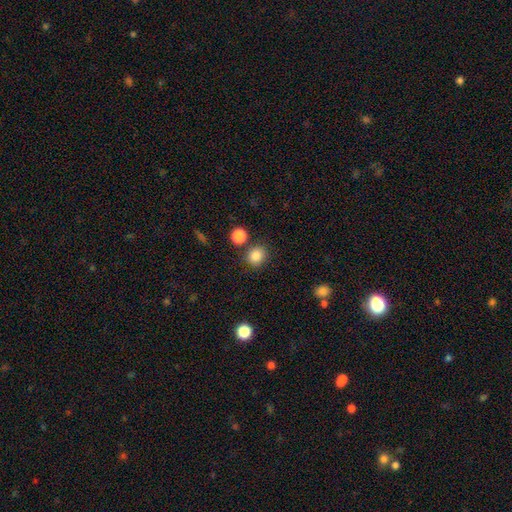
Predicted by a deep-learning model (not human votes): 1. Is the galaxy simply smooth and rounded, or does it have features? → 85% smooth, 11% star or artifact, 4% featured or disk.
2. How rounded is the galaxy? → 76% round, 23% in between, 1% cigar-shaped.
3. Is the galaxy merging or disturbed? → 79% none, 10% minor disturbance, 8% merger, 3% major disturbance.